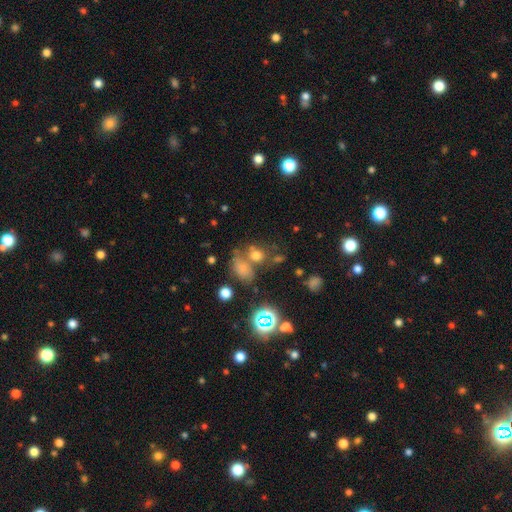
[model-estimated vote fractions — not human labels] Overall: smooth (60%; star or artifact 28%). How rounded: round (56%; in between 42%). Merging: none (52%; merger 27%).